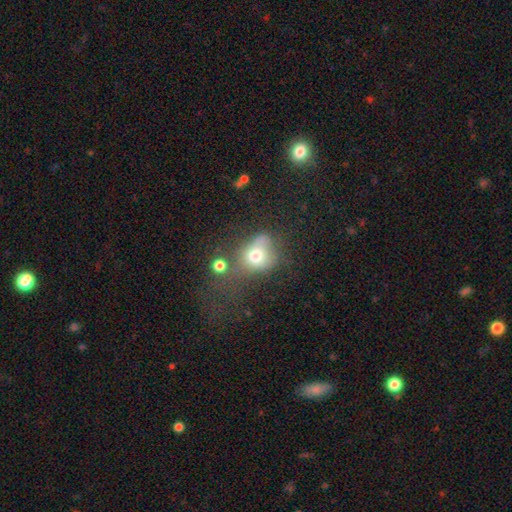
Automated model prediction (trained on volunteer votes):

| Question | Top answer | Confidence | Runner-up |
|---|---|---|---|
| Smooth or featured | smooth | 69% | featured or disk (17%) |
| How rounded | round | 53% | in between (45%) |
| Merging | none | 33% | major disturbance (24%) |